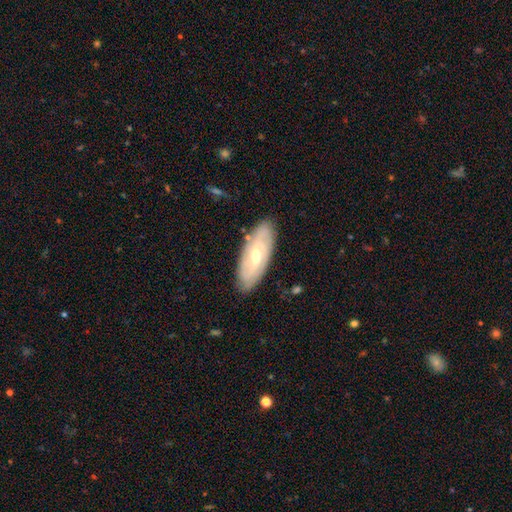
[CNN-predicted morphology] This is likely a featured or disk galaxy (70%). It is clearly not viewed edge-on (85%). Bar: possibly weak (48%). Spiral arm pattern: likely yes (80%). Central bulge: possibly moderate (51%). Merging: clearly none (85%).